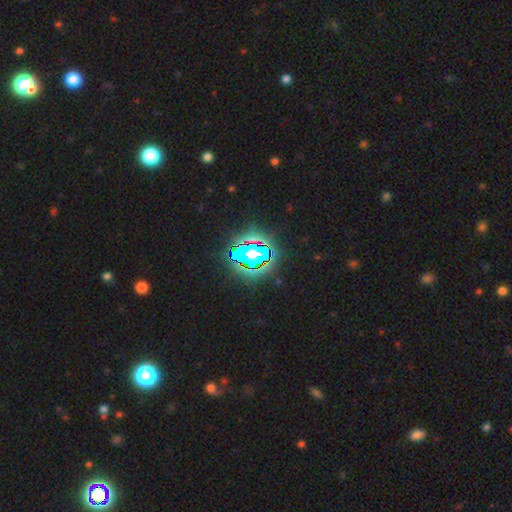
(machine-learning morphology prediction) type=star or artifact (66%).